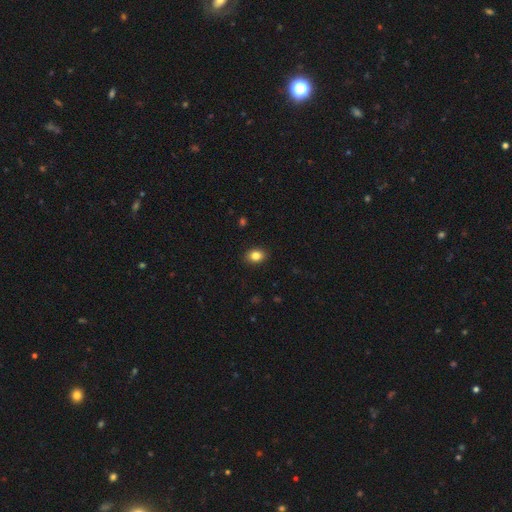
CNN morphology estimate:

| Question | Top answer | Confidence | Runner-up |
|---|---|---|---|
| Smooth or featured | smooth | 85% | star or artifact (9%) |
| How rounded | in between | 66% | round (33%) |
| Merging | none | 90% | minor disturbance (7%) |